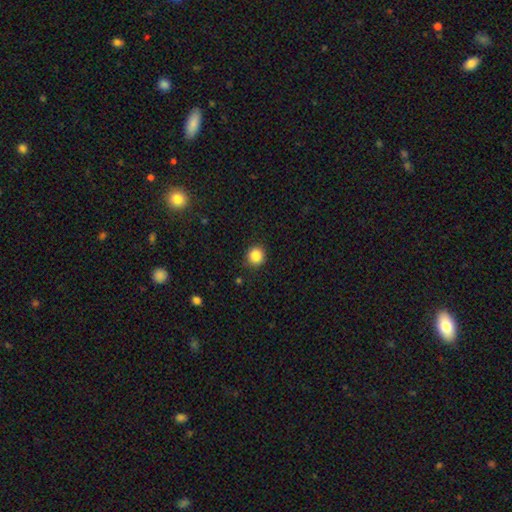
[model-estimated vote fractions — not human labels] Smooth or featured?
  - smooth: 87% *
  - star or artifact: 10%
  - featured or disk: 3%
How rounded?
  - round: 92% *
  - in between: 7%
  - cigar-shaped: 1%
Merging?
  - none: 89% *
  - minor disturbance: 8%
  - major disturbance: 2%
  - merger: 1%